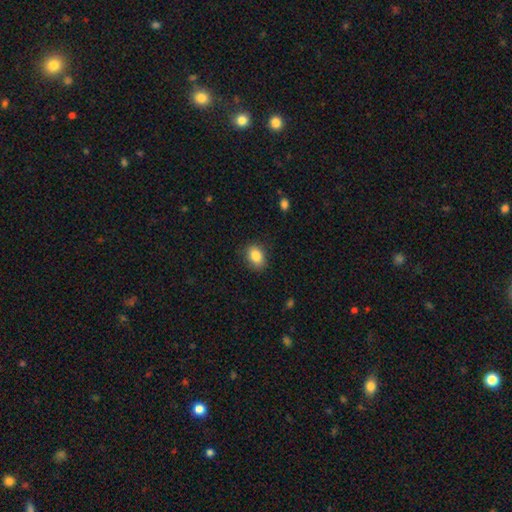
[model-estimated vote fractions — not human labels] This appears to be a smooth galaxy with no disk features (85%) that is in between round and cigar-shaped (71%). Merging: none (85%).